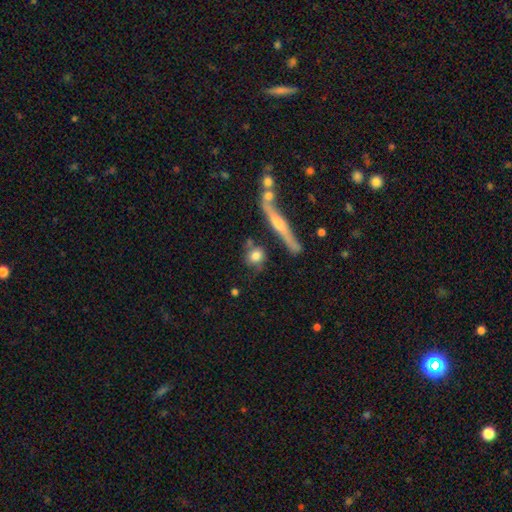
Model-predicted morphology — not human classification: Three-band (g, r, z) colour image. It shows a smooth galaxy with no disk features (70%) that is round (63%). Merging: none (61%).